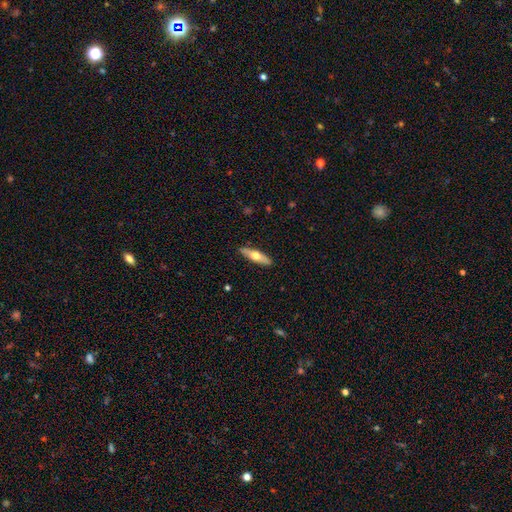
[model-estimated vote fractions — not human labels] A smooth galaxy with no disk features (50%).

Vote fractions:
- Smooth or featured? smooth: 50% / featured or disk: 45% / star or artifact: 5%
- Merging? none: 90% / minor disturbance: 7% / major disturbance: 2% / merger: 1%